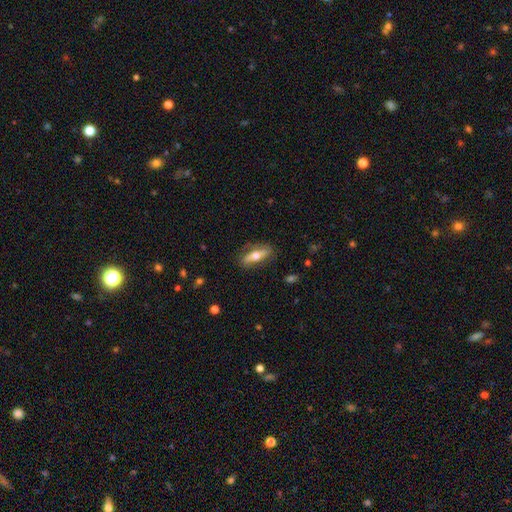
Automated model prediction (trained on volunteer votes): The model was most divided on "smooth or featured": smooth: 49%, featured or disk: 45%, star or artifact: 6%. More confident: merging — none (81%).